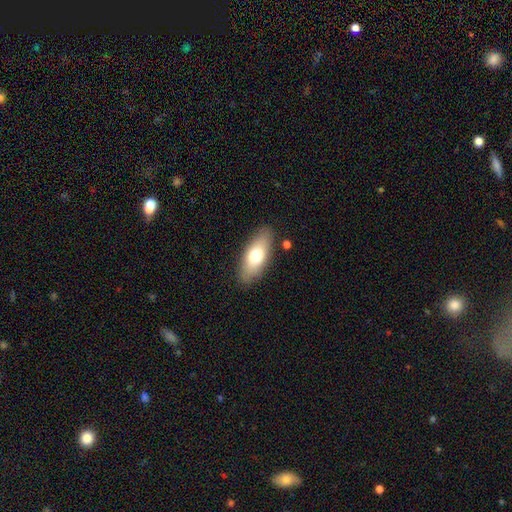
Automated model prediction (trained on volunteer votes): This appears to be a smooth galaxy with no disk features (69%) that is in between round and cigar-shaped (77%). Merging: none (86%).